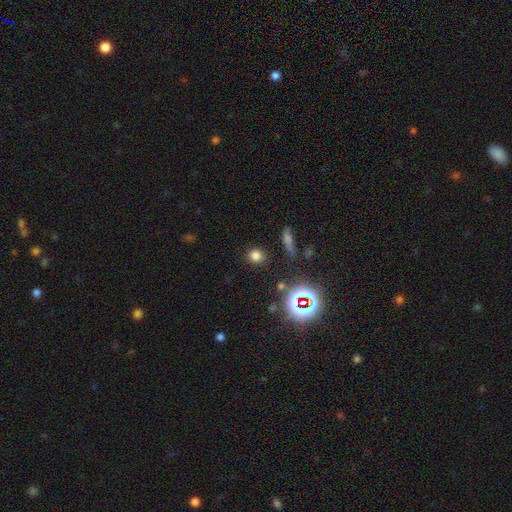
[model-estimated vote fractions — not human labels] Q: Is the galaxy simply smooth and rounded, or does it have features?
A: smooth — 72%.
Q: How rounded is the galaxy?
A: round — 81%.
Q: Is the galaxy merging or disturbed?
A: none — 86%.